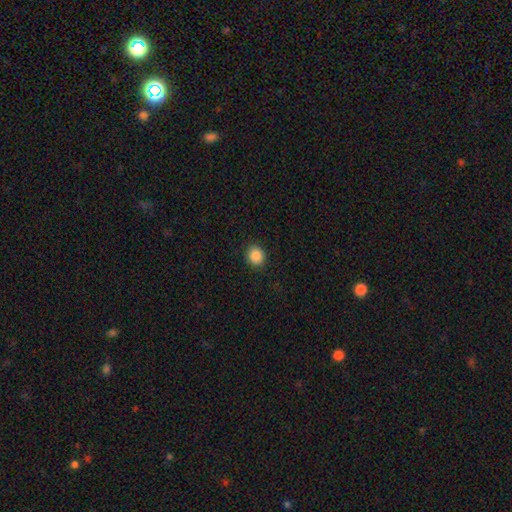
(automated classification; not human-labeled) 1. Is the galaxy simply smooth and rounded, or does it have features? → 87% smooth, 9% star or artifact, 3% featured or disk.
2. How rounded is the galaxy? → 82% round, 17% in between, 1% cigar-shaped.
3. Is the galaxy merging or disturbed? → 91% none, 6% minor disturbance, 2% major disturbance, 1% merger.